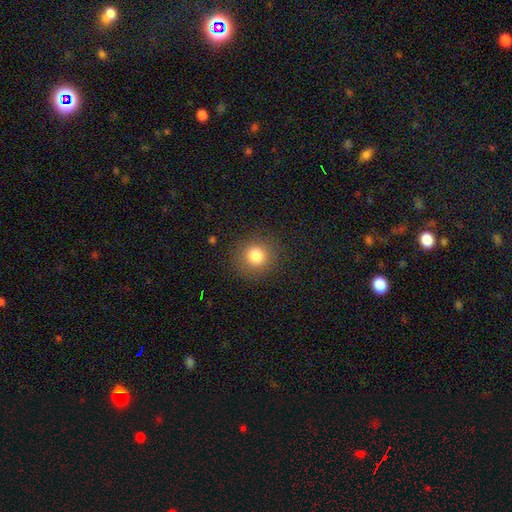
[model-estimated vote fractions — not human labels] Smooth or featured?
  - smooth: 81% *
  - star or artifact: 12%
  - featured or disk: 7%
How rounded?
  - round: 90% *
  - in between: 9%
  - cigar-shaped: 1%
Merging?
  - none: 89% *
  - minor disturbance: 7%
  - major disturbance: 3%
  - merger: 1%